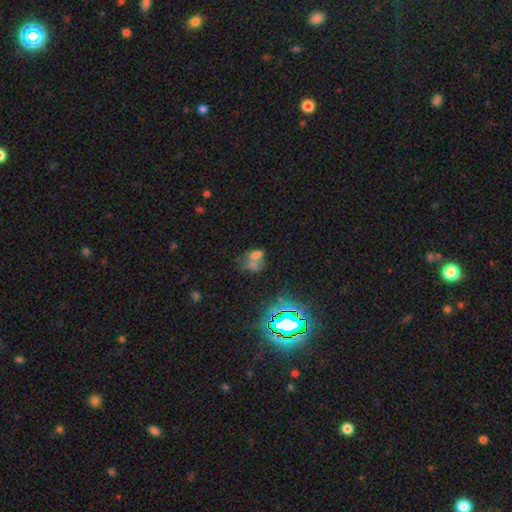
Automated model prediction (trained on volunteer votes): Smooth or featured? smooth (54%)
How rounded? in between (69%)
Merging? merger (53%)